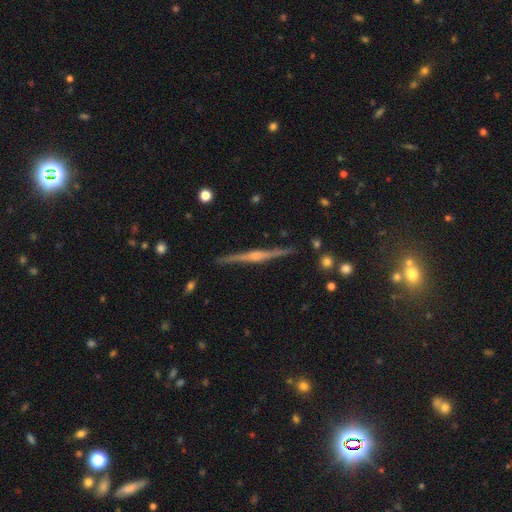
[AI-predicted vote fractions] Smooth or featured? featured or disk (84%)
Edge-on disk? yes (98%)
Edge-on bulge? rounded (79%)
Merging? none (91%)